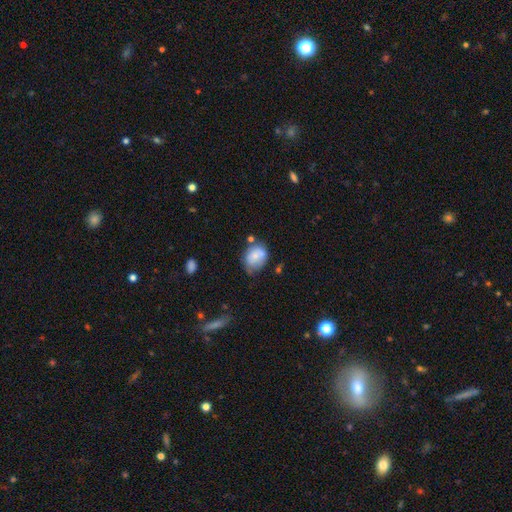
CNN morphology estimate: Smooth or featured? smooth (72%)
How rounded? in between (55%)
Merging? none (47%)